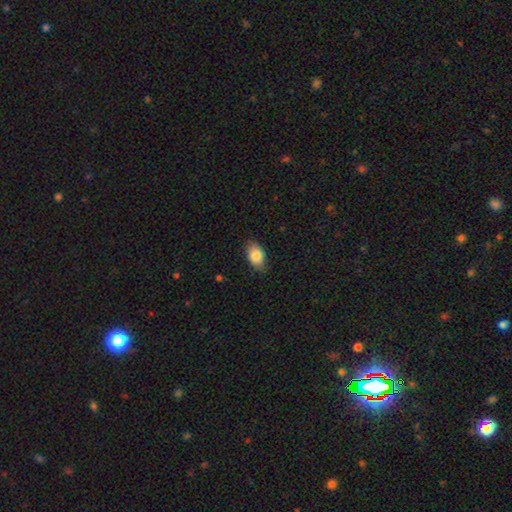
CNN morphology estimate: Q: Smooth or featured?
A: smooth (85%); runner-up: featured or disk (8%)
Q: How rounded?
A: in between (91%); runner-up: round (8%)
Q: Merging?
A: none (82%); runner-up: minor disturbance (15%)